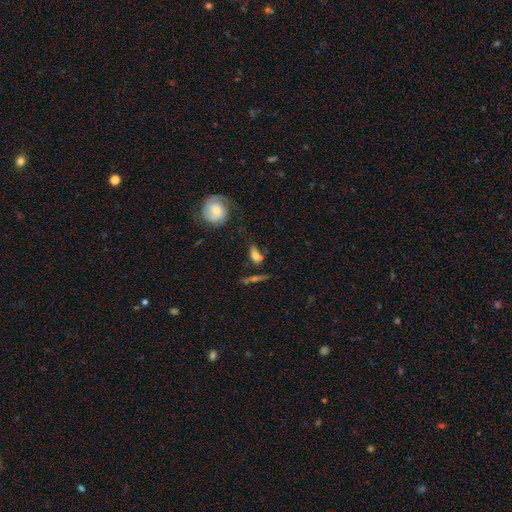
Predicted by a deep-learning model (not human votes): A smooth galaxy with no disk features (64%) that is in between round and cigar-shaped (72%). Merging: none (54%).